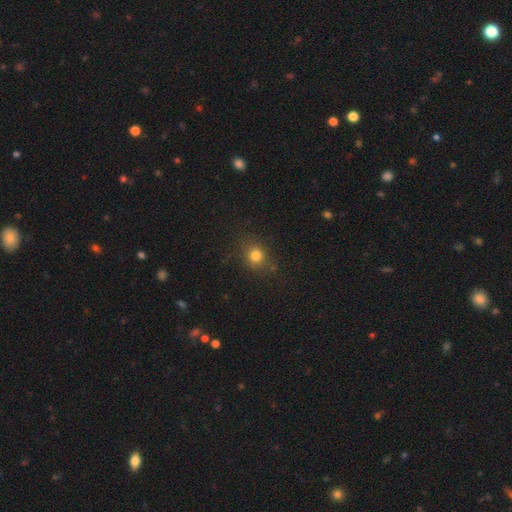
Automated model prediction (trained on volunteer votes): Smooth or featured? Predicted: smooth (p=0.78). How rounded? Predicted: round (p=0.78). Merging? Predicted: none (p=0.80).